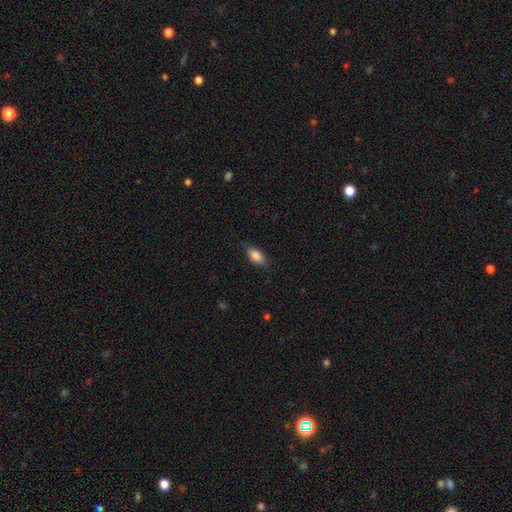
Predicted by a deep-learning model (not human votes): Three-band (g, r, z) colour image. It shows a smooth galaxy with no disk features (86%) that is in between round and cigar-shaped (88%). Merging: none (81%).